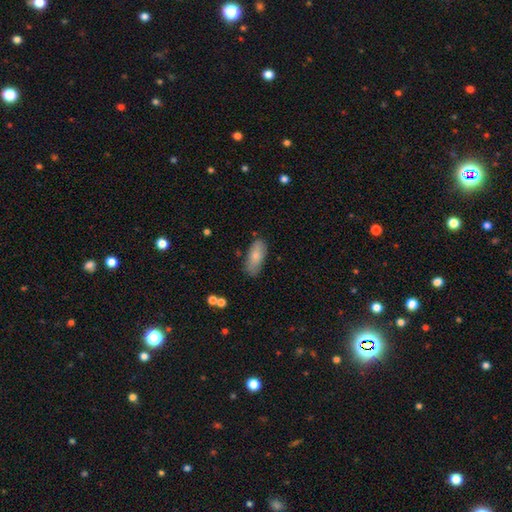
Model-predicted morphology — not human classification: A smooth galaxy with no disk features (77%) that is in between round and cigar-shaped (83%).

Vote fractions:
- Smooth or featured? smooth: 77% / featured or disk: 17% / star or artifact: 6%
- How rounded? in between: 83% / cigar-shaped: 14% / round: 2%
- Merging? none: 72% / minor disturbance: 21% / major disturbance: 4% / merger: 3%